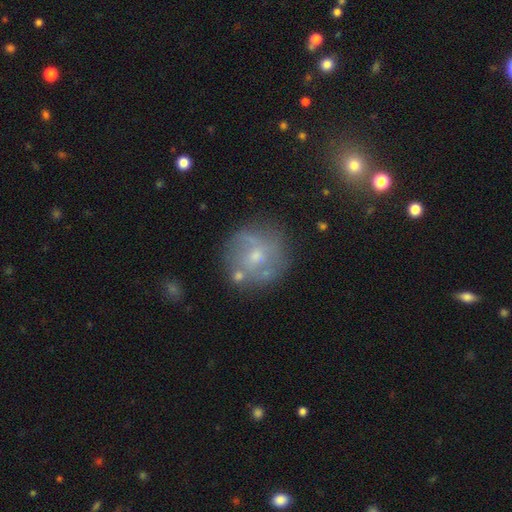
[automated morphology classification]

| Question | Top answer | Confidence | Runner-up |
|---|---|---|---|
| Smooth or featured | featured or disk | 52% | smooth (37%) |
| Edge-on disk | no | 96% | yes (4%) |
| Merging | none | 67% | minor disturbance (18%) |